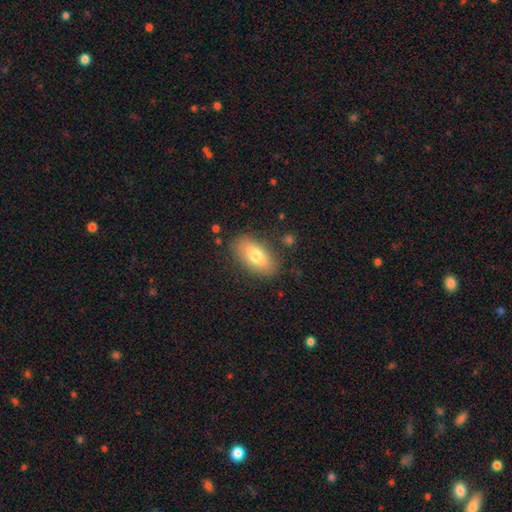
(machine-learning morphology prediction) Q: Smooth or featured?
A: smooth (74%); runner-up: featured or disk (19%)
Q: How rounded?
A: in between (90%); runner-up: cigar-shaped (5%)
Q: Merging?
A: none (83%); runner-up: minor disturbance (11%)